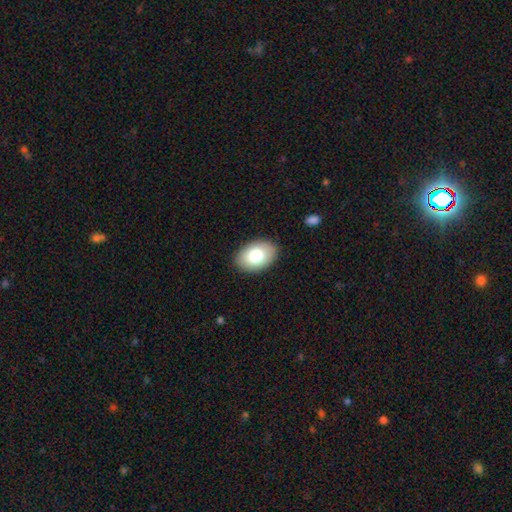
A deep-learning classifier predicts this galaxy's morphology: Q: Smooth or featured?
A: smooth (79%); runner-up: featured or disk (14%)
Q: How rounded?
A: in between (87%); runner-up: round (12%)
Q: Merging?
A: none (88%); runner-up: minor disturbance (9%)